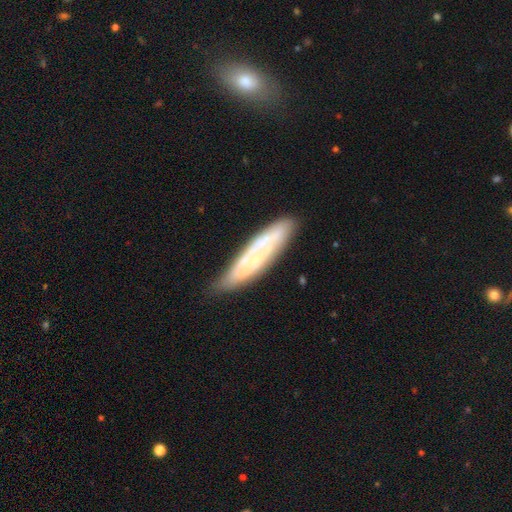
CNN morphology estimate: smooth-or-featured: featured or disk: 57% | smooth: 35% | star or artifact: 8%
  disk-edge-on: no: 64% | yes: 36%
  merging: none: 73% | minor disturbance: 20% | major disturbance: 4% | merger: 2%